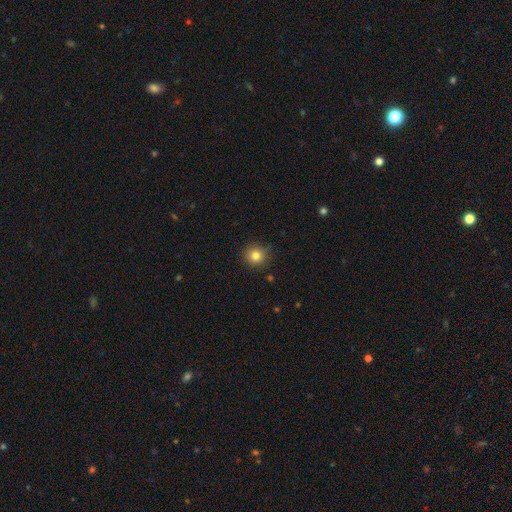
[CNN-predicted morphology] This appears to be a smooth galaxy with no disk features (82%) that is round (92%). Merging: none (88%).